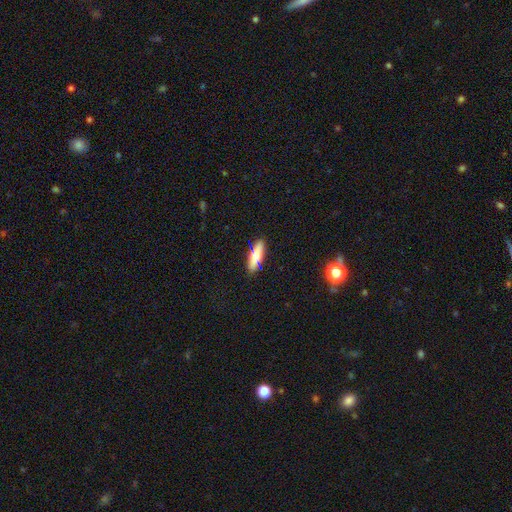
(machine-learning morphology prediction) smooth_or_featured: smooth (p=0.62) [alt: featured or disk p=0.31]
how_rounded: cigar-shaped (p=0.52) [alt: in between p=0.45]
merging: none (p=0.86) [alt: minor disturbance p=0.10]